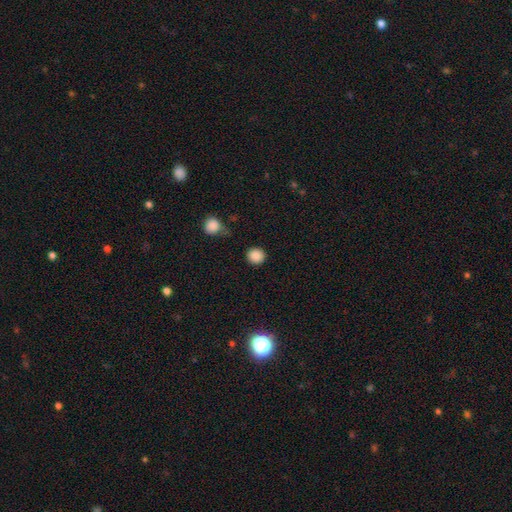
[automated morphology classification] Smooth or featured? Predicted: smooth (p=0.88). How rounded? Predicted: round (p=0.92). Merging? Predicted: none (p=0.87).